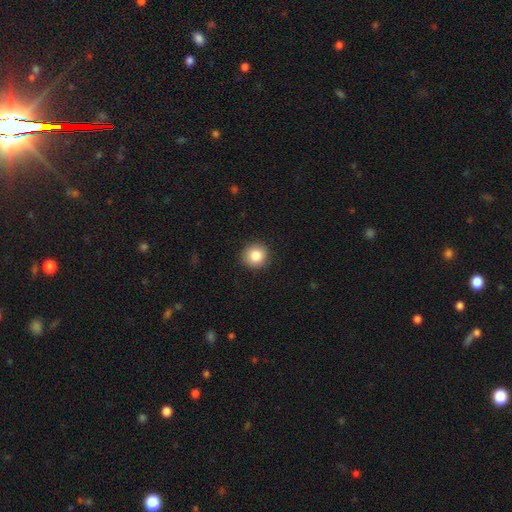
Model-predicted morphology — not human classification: Smooth or featured?
  - smooth: 85% *
  - star or artifact: 9%
  - featured or disk: 6%
How rounded?
  - round: 91% *
  - in between: 8%
  - cigar-shaped: 1%
Merging?
  - none: 91% *
  - minor disturbance: 7%
  - major disturbance: 2%
  - merger: 1%